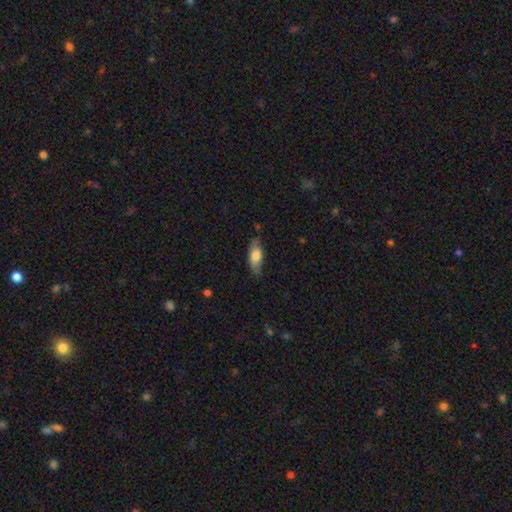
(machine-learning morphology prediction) This is likely a smooth galaxy (71%). How rounded: likely in between (74%). Merging: likely none (73%).